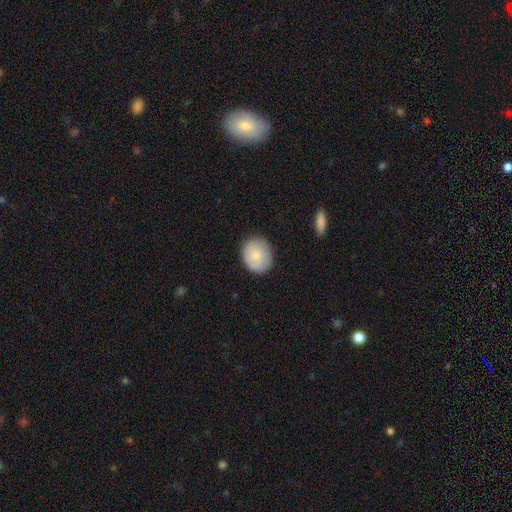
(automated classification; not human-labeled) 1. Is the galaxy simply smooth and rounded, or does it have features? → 79% smooth, 15% featured or disk, 7% star or artifact.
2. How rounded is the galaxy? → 69% round, 31% in between, 1% cigar-shaped.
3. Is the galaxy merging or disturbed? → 83% none, 13% minor disturbance, 3% major disturbance, 1% merger.